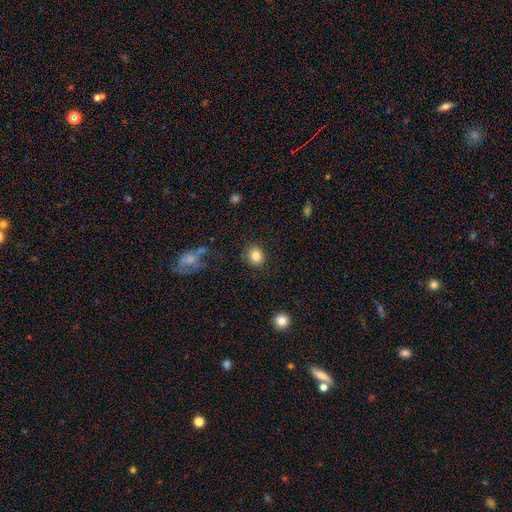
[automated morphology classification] Smooth or featured?
  - smooth: 84% *
  - star or artifact: 10%
  - featured or disk: 7%
How rounded?
  - round: 70% *
  - in between: 29%
  - cigar-shaped: 1%
Merging?
  - none: 85% *
  - minor disturbance: 10%
  - major disturbance: 4%
  - merger: 2%